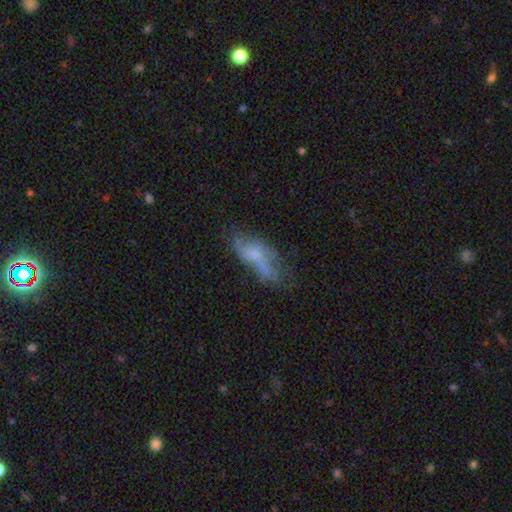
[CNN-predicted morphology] Smooth or featured? smooth (47%)
Merging? none (39%)